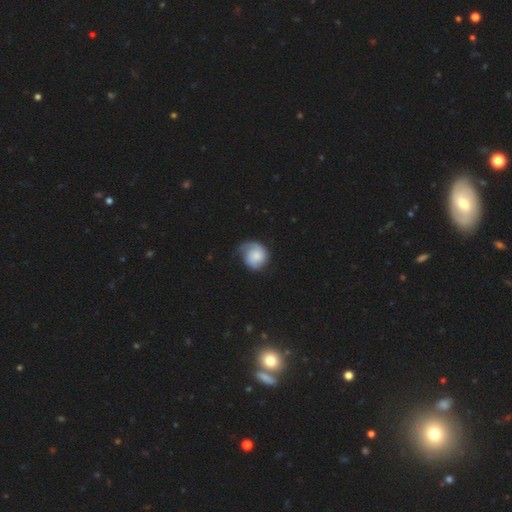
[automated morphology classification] Smooth or featured? smooth (53%)
How rounded? round (78%)
Merging? none (46%)